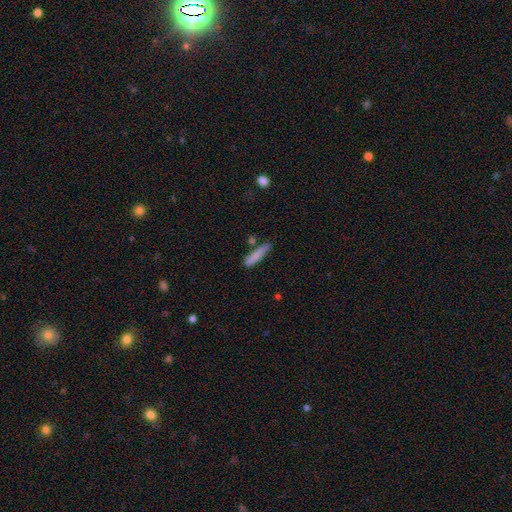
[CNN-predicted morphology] smooth_or_featured: smooth (p=0.80) [alt: featured or disk p=0.13]
how_rounded: cigar-shaped (p=0.88) [alt: in between p=0.10]
merging: none (p=0.70) [alt: minor disturbance p=0.18]